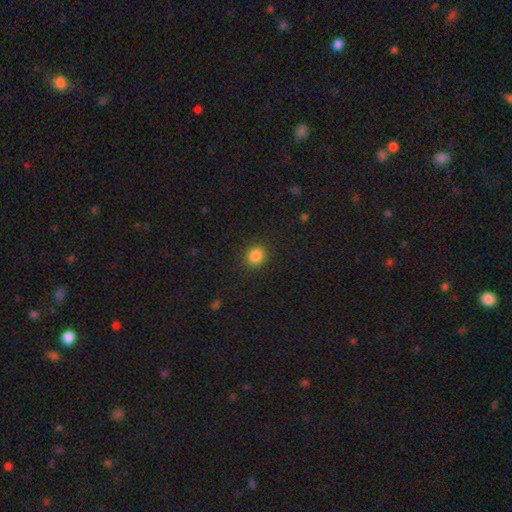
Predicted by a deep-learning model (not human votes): Smooth or featured: smooth — 84% (star or artifact — 12%)
How rounded: round — 76% (in between — 23%)
Merging: none — 88% (minor disturbance — 8%)